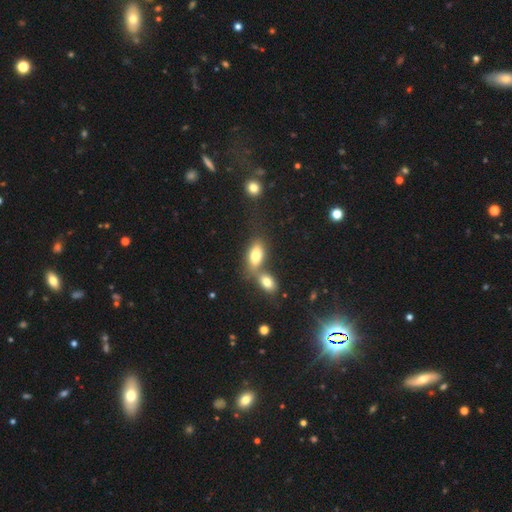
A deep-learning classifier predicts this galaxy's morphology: Q: Smooth or featured?
A: smooth (77%); runner-up: featured or disk (15%)
Q: How rounded?
A: in between (88%); runner-up: round (7%)
Q: Merging?
A: merger (53%); runner-up: none (34%)